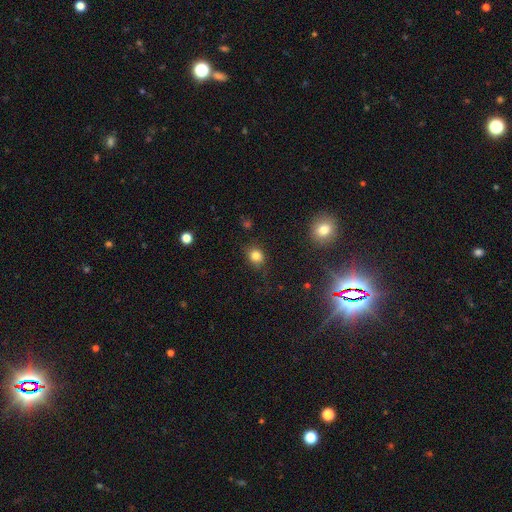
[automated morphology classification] Smooth or featured: smooth — 82% (star or artifact — 12%)
How rounded: round — 63% (in between — 36%)
Merging: none — 76% (minor disturbance — 17%)